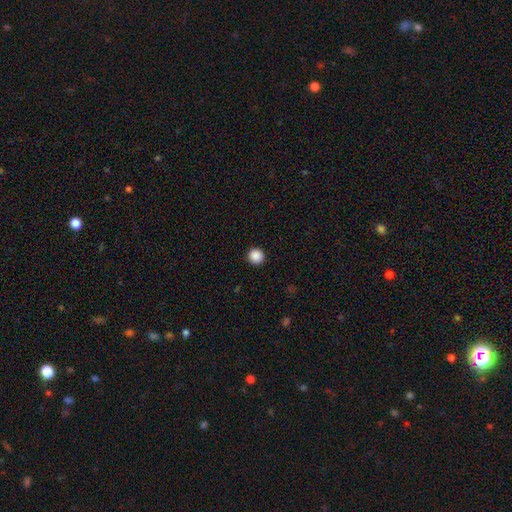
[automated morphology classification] A smooth galaxy with no disk features (88%) that is round (95%). Merging: none (93%).